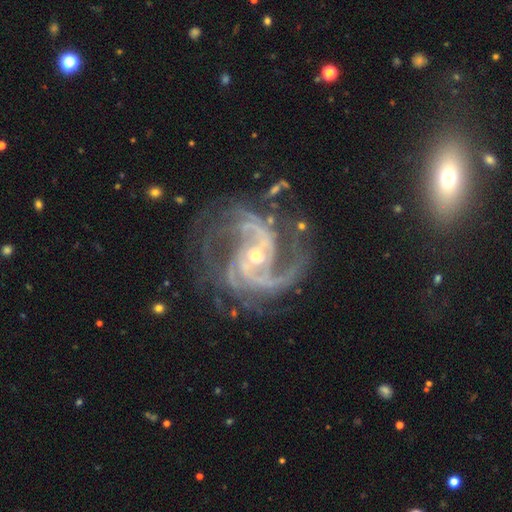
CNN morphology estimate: A featured or disk galaxy (93%) with no bar (50%), 2 (41%) medium (56%) spiral arms (99%) and a small central bulge (65%).

Vote fractions:
- Smooth or featured? featured or disk: 93% / star or artifact: 5% / smooth: 2%
- Edge-on disk? no: 98% / yes: 2%
- Bar? no: 50% / weak: 32% / strong: 17%
- Spiral arms? yes: 99% / no: 1%
- Spiral winding? medium: 56% / tight: 33% / loose: 11%
- Spiral arm count? 2: 41% / 3: 28% / can't tell: 9% / 4: 9% / more than 4: 6% / 1: 6%
- Bulge size? small: 65% / moderate: 32% / large: 1% / none: 1% / dominant: 1%
- Merging? none: 64% / minor disturbance: 19% / major disturbance: 15% / merger: 2%